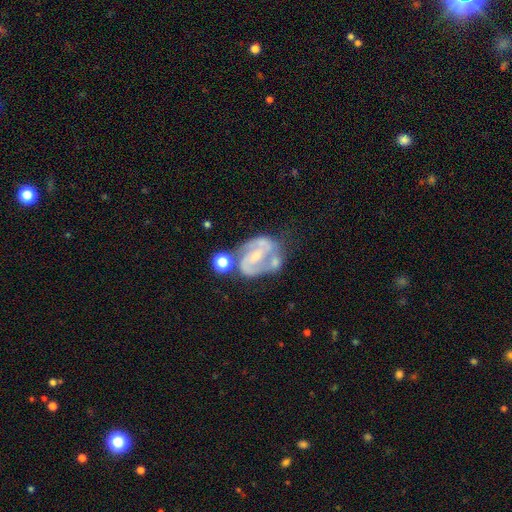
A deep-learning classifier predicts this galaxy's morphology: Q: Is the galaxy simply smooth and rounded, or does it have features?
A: featured or disk — 86%.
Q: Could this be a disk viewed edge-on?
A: no — 98%.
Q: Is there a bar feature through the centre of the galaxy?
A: weak — 42%.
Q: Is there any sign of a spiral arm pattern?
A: yes — 94%.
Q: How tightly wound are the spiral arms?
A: medium — 53%.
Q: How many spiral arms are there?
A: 2 — 86%.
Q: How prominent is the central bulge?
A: small — 60%.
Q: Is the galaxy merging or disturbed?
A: none — 47%.